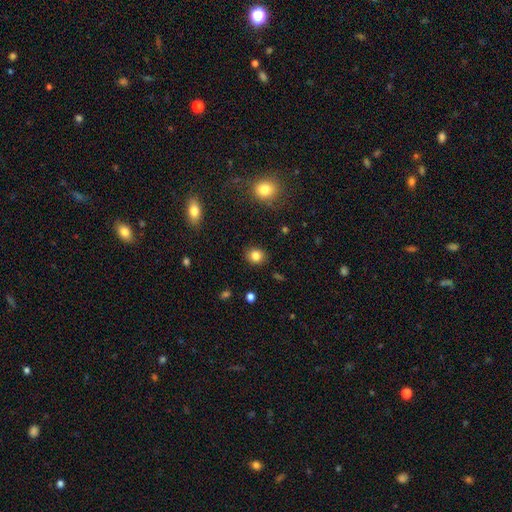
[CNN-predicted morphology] Smooth or featured: smooth — 83% (star or artifact — 11%)
How rounded: round — 71% (in between — 28%)
Merging: none — 88% (minor disturbance — 8%)